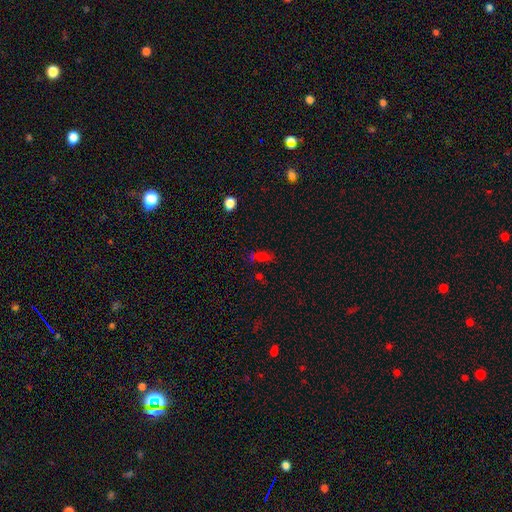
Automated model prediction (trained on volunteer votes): The model was most divided on "smooth or featured": smooth: 59%, star or artifact: 30%, featured or disk: 10%. More confident: how rounded — in between (74%); merging — none (61%).